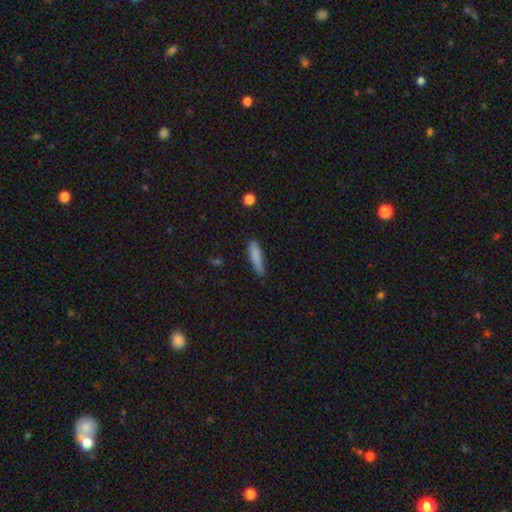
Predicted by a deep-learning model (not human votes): Smooth or featured? smooth (83%)
How rounded? cigar-shaped (78%)
Merging? none (71%)